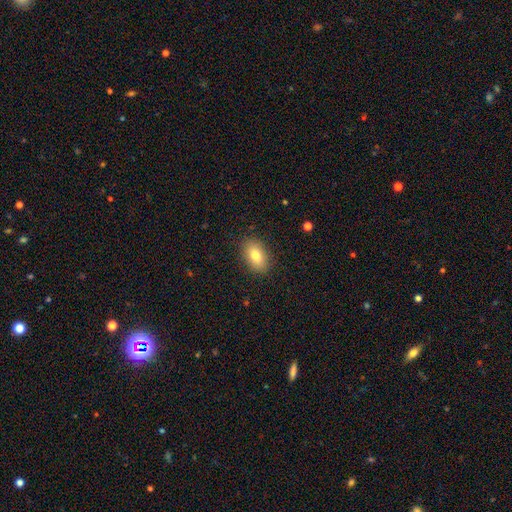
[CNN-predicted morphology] A smooth galaxy with no disk features (80%) that is in between round and cigar-shaped (87%). Merging: none (88%).